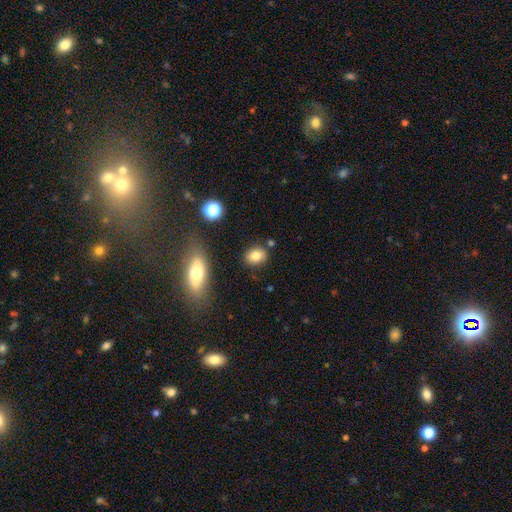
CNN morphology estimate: smooth-or-featured: smooth: 81% | star or artifact: 10% | featured or disk: 9%
  how-rounded: in between: 56% | round: 42% | cigar-shaped: 2%
  merging: none: 82% | minor disturbance: 10% | merger: 5% | major disturbance: 3%